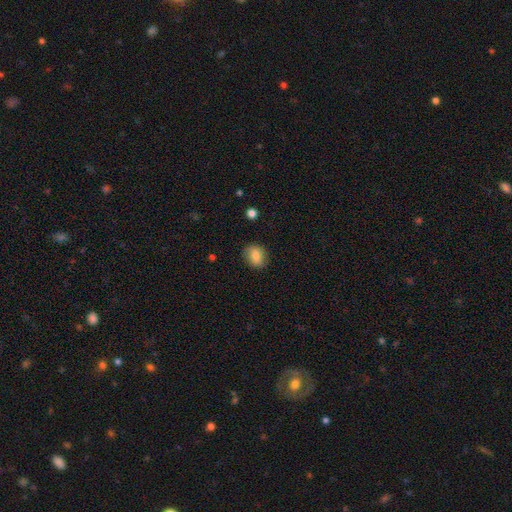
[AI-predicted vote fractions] Morphology: type=smooth (79%); roundness=round (55%); merging=none (84%).